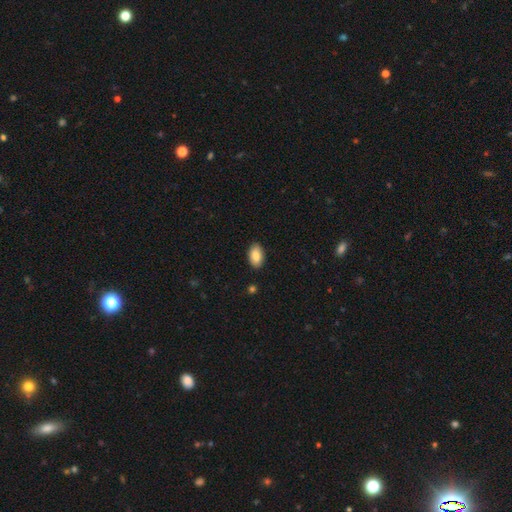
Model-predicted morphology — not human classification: A smooth galaxy with no disk features (84%) that is in between round and cigar-shaped (94%). Merging: none (89%).